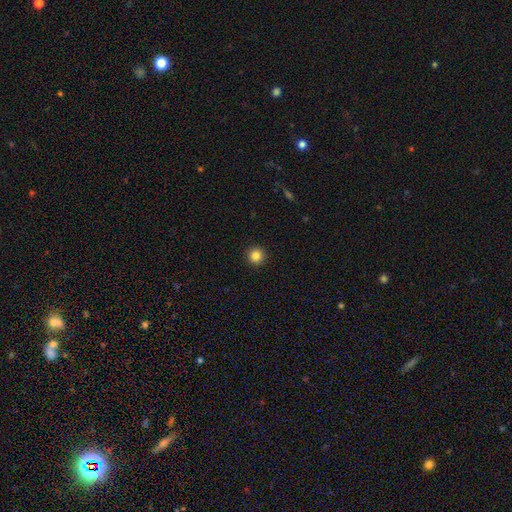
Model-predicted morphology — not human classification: A smooth galaxy with no disk features (85%) that is round (96%). Merging: none (93%).